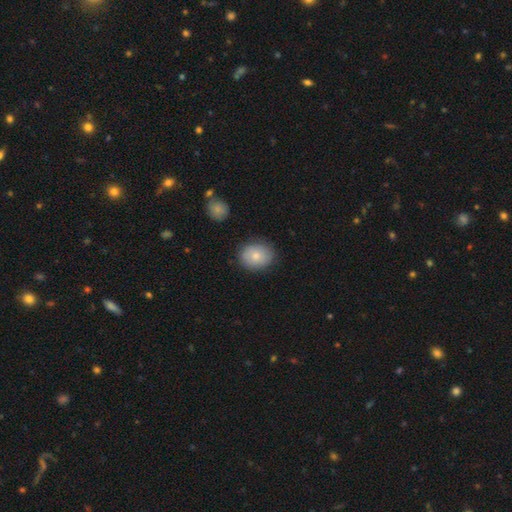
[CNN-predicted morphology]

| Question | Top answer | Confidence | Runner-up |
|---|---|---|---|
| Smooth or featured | smooth | 76% | featured or disk (16%) |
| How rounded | round | 59% | in between (40%) |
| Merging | none | 82% | minor disturbance (13%) |